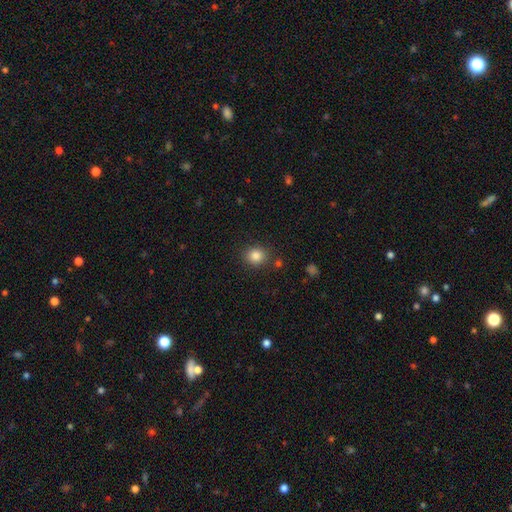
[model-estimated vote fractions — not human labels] smooth 84%, star or artifact 11%, featured or disk 5%. Down the decision tree: how rounded — round (77%); merging — none (84%).